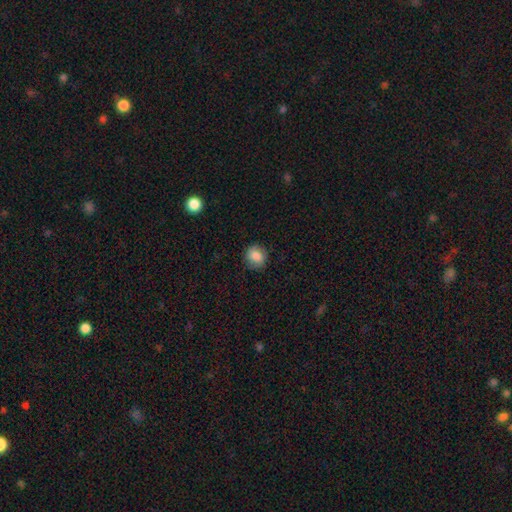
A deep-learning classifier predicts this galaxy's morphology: This appears to be a smooth galaxy with no disk features (83%) that is round (72%). Merging: none (81%).